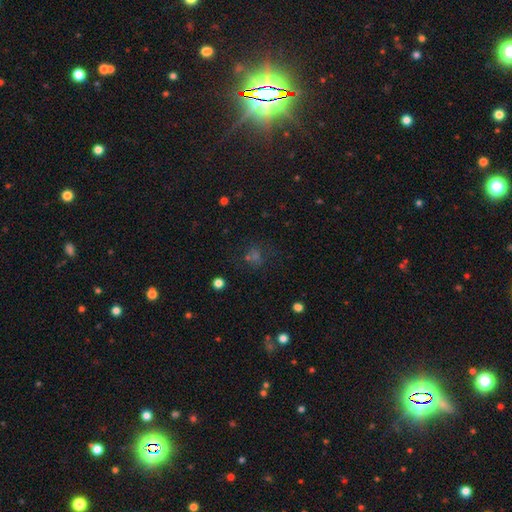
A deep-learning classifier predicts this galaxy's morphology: A star or artifact, not a galaxy (46%).